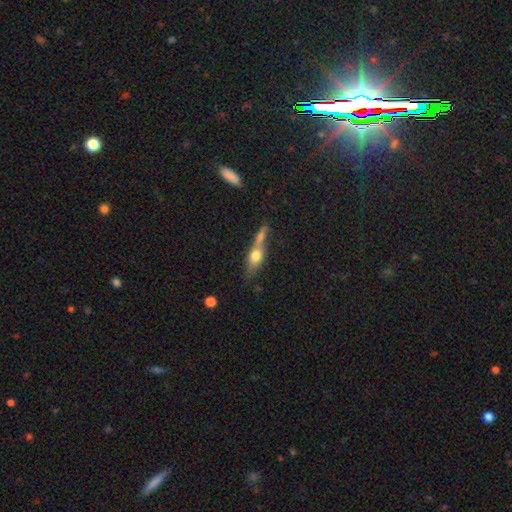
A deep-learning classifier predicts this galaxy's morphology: Smooth or featured?
  - smooth: 53% *
  - featured or disk: 38%
  - star or artifact: 9%
How rounded?
  - cigar-shaped: 48% *
  - in between: 44%
  - round: 9%
Merging?
  - none: 44% *
  - merger: 34%
  - minor disturbance: 14%
  - major disturbance: 7%